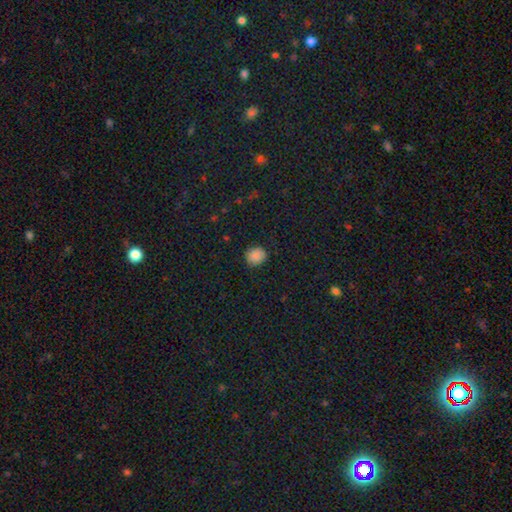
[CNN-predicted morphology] Smooth or featured: smooth — 86% (star or artifact — 10%)
How rounded: round — 80% (in between — 19%)
Merging: none — 85% (minor disturbance — 11%)